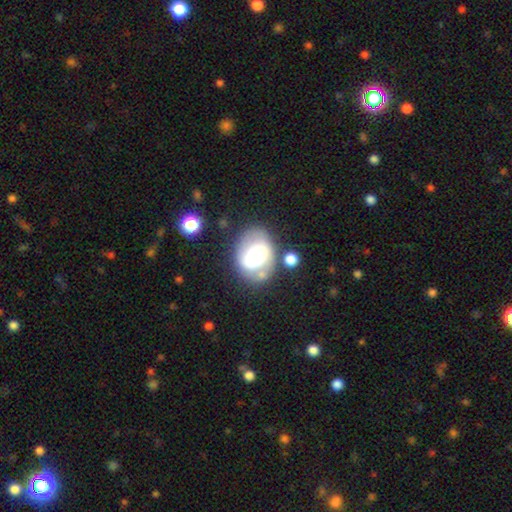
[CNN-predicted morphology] Smooth or featured? Predicted: featured or disk (p=0.56). Edge-on disk? Predicted: no (p=0.97). Bar? Predicted: no (p=0.59). Spiral arms? Predicted: yes (p=0.67). Bulge size? Predicted: moderate (p=0.43). Merging? Predicted: none (p=0.60).